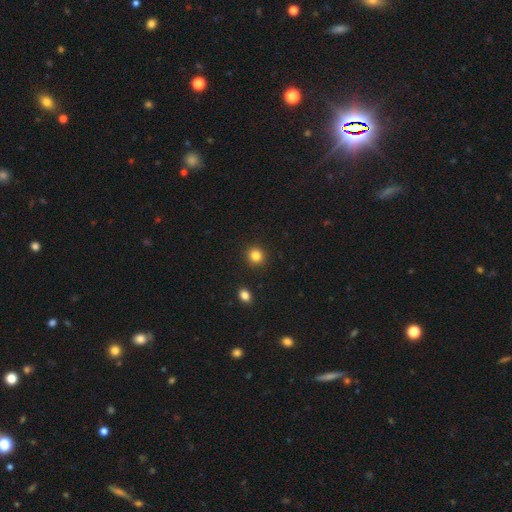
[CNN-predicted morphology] type=smooth (83%); roundness=round (89%); merging=none (91%).